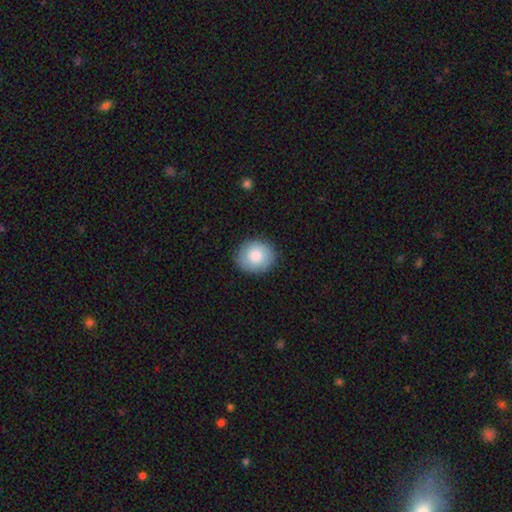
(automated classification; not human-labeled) Q: Smooth or featured?
A: smooth (83%); runner-up: featured or disk (10%)
Q: How rounded?
A: round (70%); runner-up: in between (29%)
Q: Merging?
A: none (89%); runner-up: minor disturbance (8%)